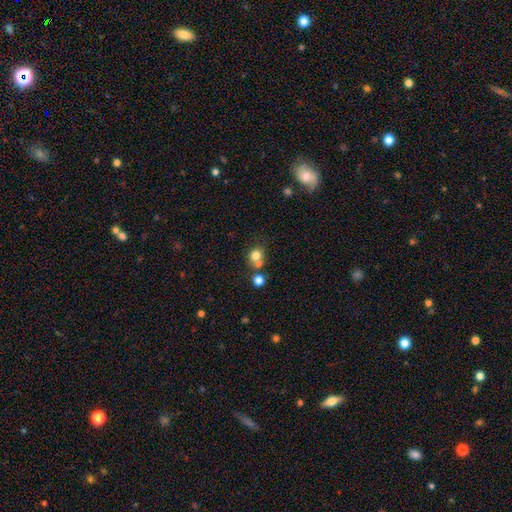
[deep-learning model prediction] smooth_or_featured: smooth (p=0.76) [alt: star or artifact p=0.13]
how_rounded: round (p=0.81) [alt: in between p=0.18]
merging: none (p=0.51) [alt: merger p=0.37]